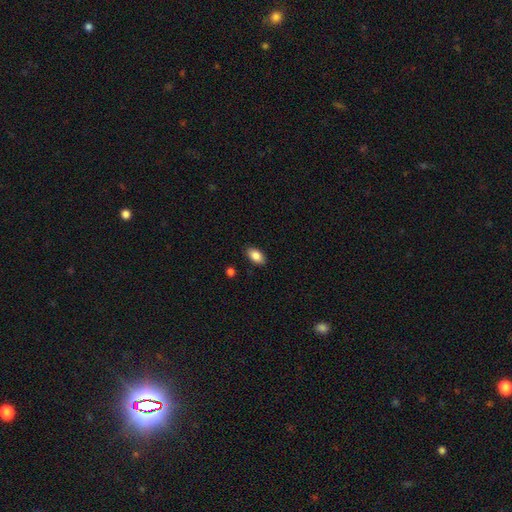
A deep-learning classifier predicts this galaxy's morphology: Smooth or featured? Predicted: smooth (p=0.86). How rounded? Predicted: in between (p=0.92). Merging? Predicted: none (p=0.88).